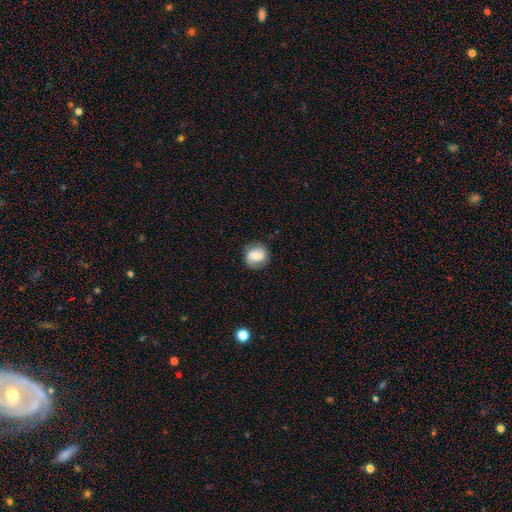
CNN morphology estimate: Q: Smooth or featured?
A: smooth (59%); runner-up: featured or disk (33%)
Q: How rounded?
A: round (84%); runner-up: in between (15%)
Q: Merging?
A: none (82%); runner-up: minor disturbance (13%)